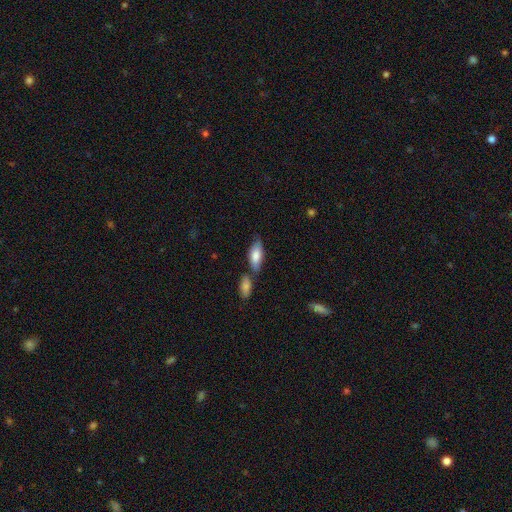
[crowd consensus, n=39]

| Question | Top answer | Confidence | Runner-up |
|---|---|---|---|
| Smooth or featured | smooth | 79% | featured or disk (10%) |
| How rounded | in between | 77% | cigar-shaped (23%) |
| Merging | none | 49% | minor disturbance (29%) |